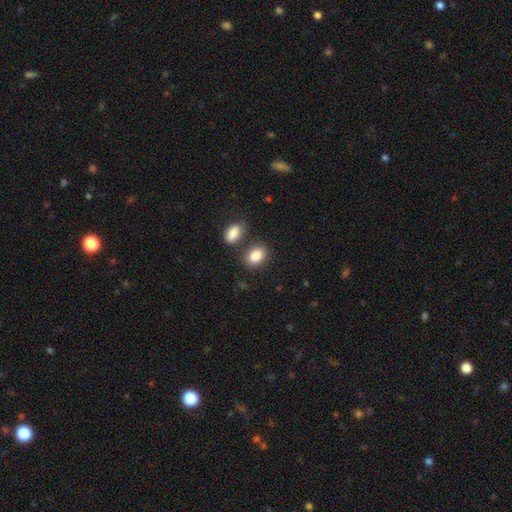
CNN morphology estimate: The model was most divided on "merging": none: 70%, merger: 15%, minor disturbance: 11%, major disturbance: 3%. More confident: smooth or featured — smooth (86%); how rounded — in between (80%).